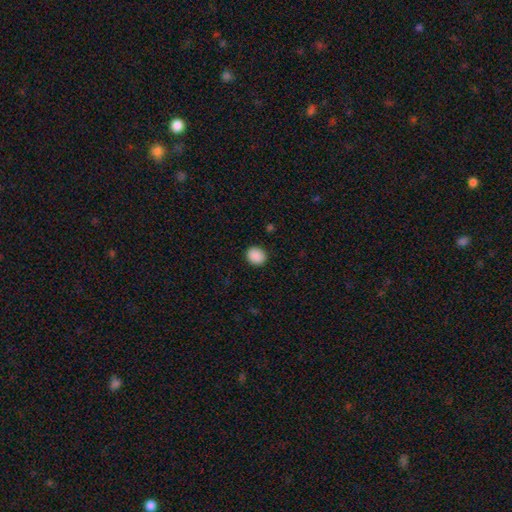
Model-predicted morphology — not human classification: Smooth or featured? Predicted: smooth (p=0.89). How rounded? Predicted: round (p=0.73). Merging? Predicted: none (p=0.90).